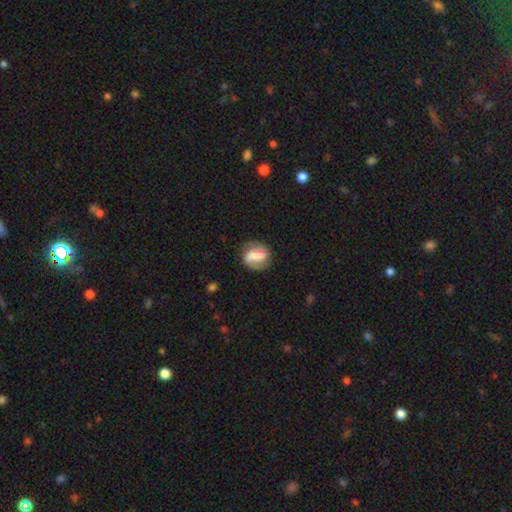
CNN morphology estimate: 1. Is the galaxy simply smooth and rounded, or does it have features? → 60% featured or disk, 32% smooth, 7% star or artifact.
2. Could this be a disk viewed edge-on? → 96% no, 4% yes.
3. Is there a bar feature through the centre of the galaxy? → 51% strong, 32% weak, 16% no.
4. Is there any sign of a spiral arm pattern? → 84% yes, 16% no.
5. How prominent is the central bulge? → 30% moderate, 26% small, 23% none, 18% large, 4% dominant.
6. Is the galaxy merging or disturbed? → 74% none, 17% minor disturbance, 8% major disturbance, 2% merger.